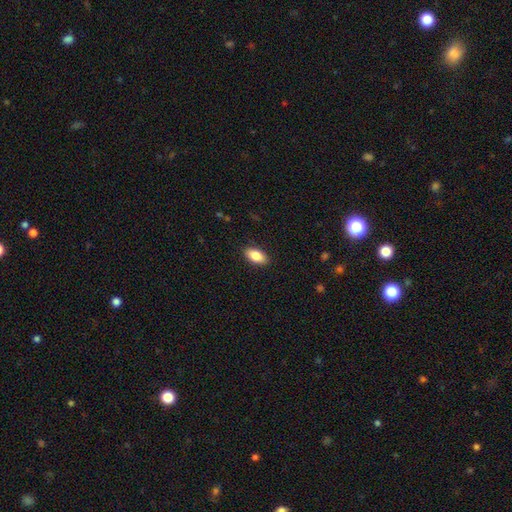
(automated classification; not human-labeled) This is clearly a smooth galaxy (84%). How rounded: clearly in between (91%). Merging: clearly none (89%).